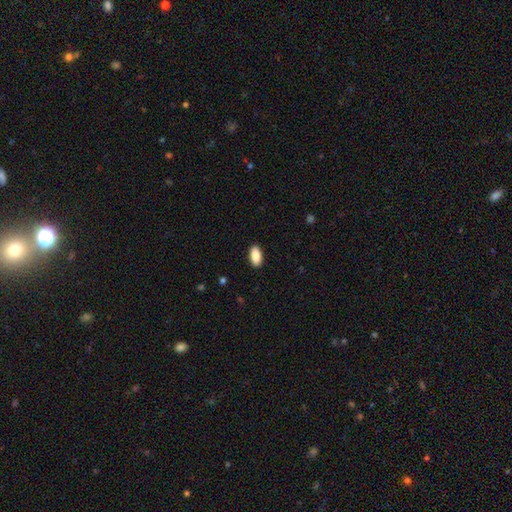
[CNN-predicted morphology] A smooth galaxy with no disk features (87%) that is in between round and cigar-shaped (92%). Merging: none (90%).